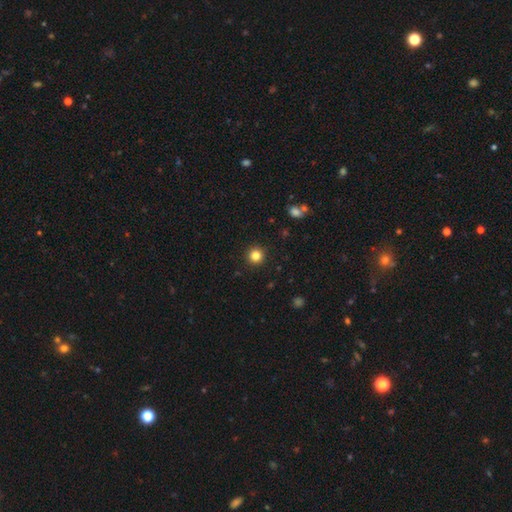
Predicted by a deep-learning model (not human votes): smooth 83%, star or artifact 12%, featured or disk 5%. Down the decision tree: how rounded — round (96%); merging — none (93%).